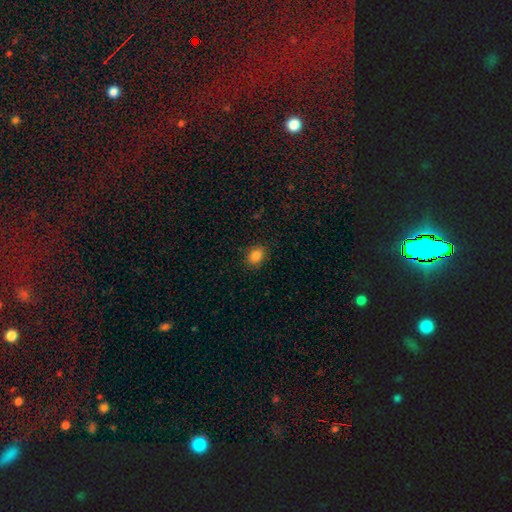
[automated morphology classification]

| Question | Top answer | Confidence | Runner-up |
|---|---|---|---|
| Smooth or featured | smooth | 86% | star or artifact (10%) |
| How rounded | in between | 53% | round (46%) |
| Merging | none | 87% | minor disturbance (10%) |